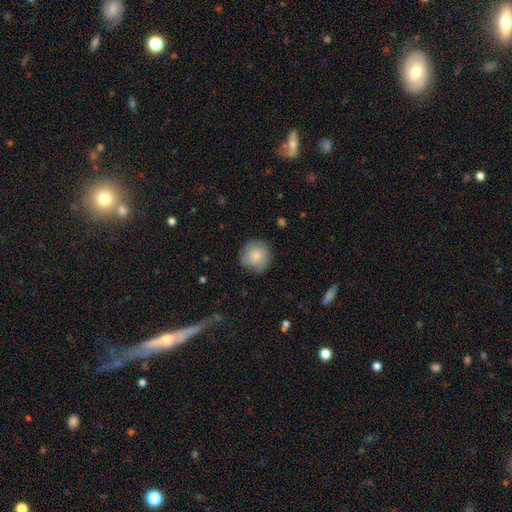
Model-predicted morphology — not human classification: This appears to be a smooth galaxy with no disk features (83%) that is round (93%). Merging: none (81%).